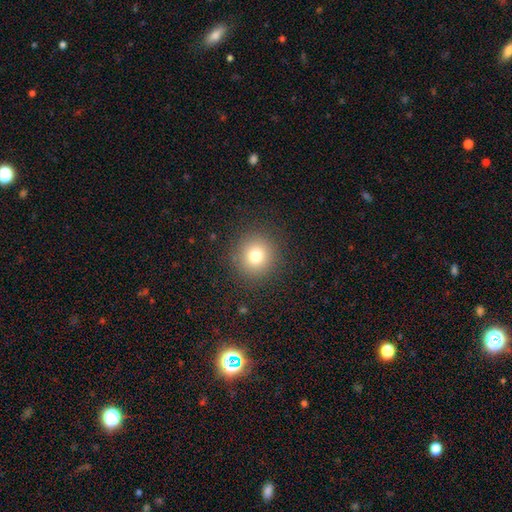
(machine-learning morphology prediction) smooth_or_featured: smooth (p=0.77) [alt: star or artifact p=0.14]
how_rounded: round (p=0.93) [alt: in between p=0.06]
merging: none (p=0.89) [alt: minor disturbance p=0.07]